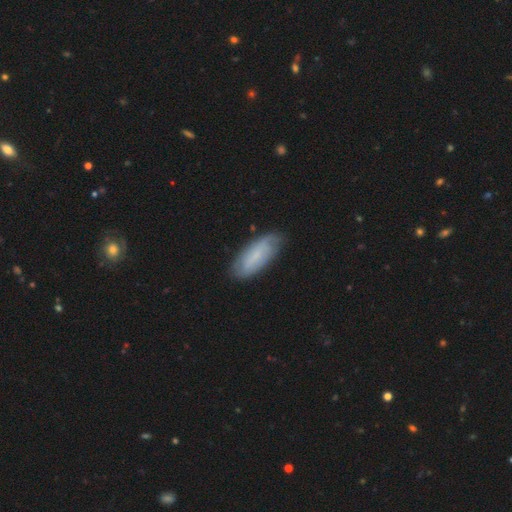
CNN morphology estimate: The model was most divided on "smooth or featured": smooth: 57%, featured or disk: 36%, star or artifact: 7%. More confident: how rounded — in between (77%); merging — none (76%).